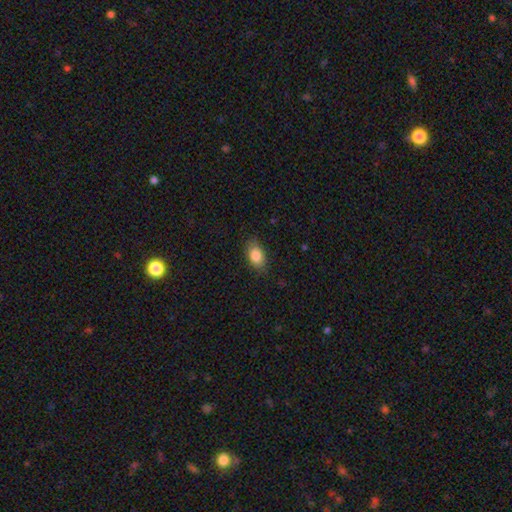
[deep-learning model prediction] Overall: smooth (85%). How rounded: in between (87%). Merging: none (83%).